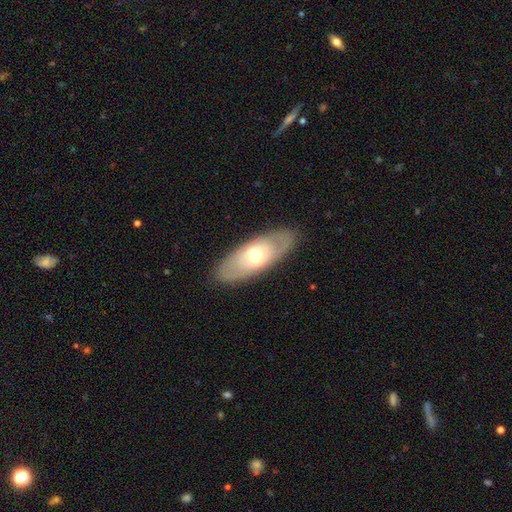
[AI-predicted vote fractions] featured or disk 49%, smooth 45%, star or artifact 6%. Down the decision tree: merging — none (85%).